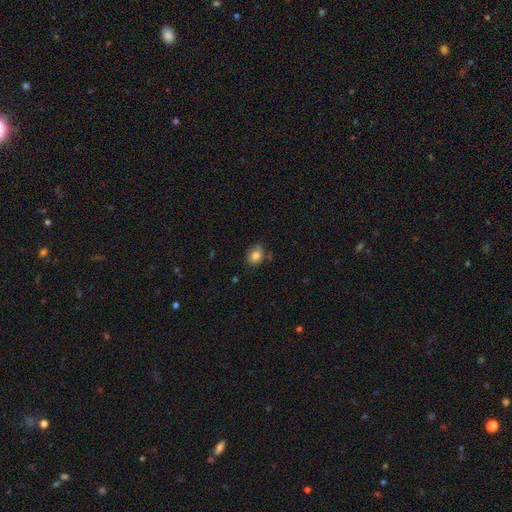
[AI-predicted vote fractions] smooth-or-featured: smooth: 80% | star or artifact: 10% | featured or disk: 9%
  how-rounded: round: 53% | in between: 46% | cigar-shaped: 1%
  merging: none: 70% | minor disturbance: 22% | major disturbance: 5% | merger: 4%